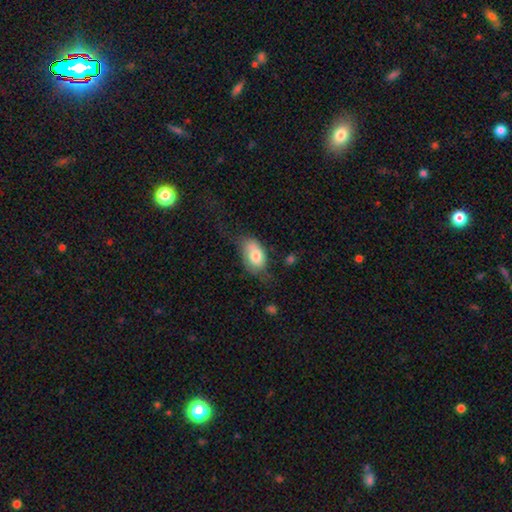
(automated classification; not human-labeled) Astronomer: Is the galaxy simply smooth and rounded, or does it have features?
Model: smooth — 74%.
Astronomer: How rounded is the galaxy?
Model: in between — 89%.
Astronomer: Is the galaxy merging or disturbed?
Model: none — 39% (runner-up: minor disturbance, 34%).